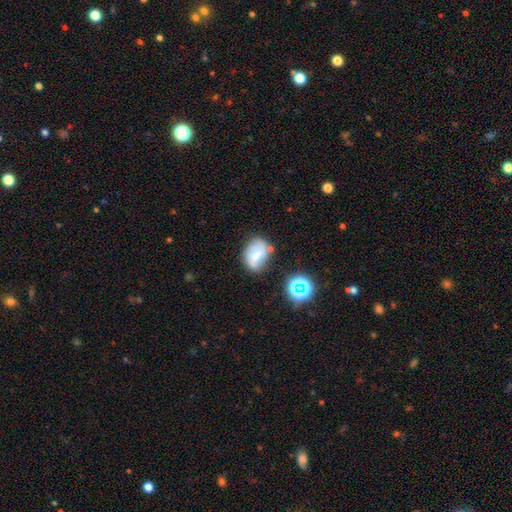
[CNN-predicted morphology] A smooth galaxy with no disk features (48%).

Vote fractions:
- Smooth or featured? smooth: 48% / featured or disk: 40% / star or artifact: 12%
- Merging? none: 55% / minor disturbance: 28% / major disturbance: 10% / merger: 7%